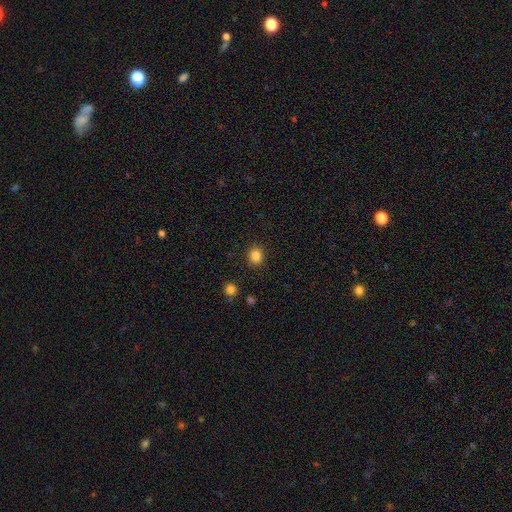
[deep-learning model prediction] The model was most divided on "how rounded": round: 73%, in between: 26%, cigar-shaped: 1%. More confident: merging — none (89%); smooth or featured — smooth (85%).